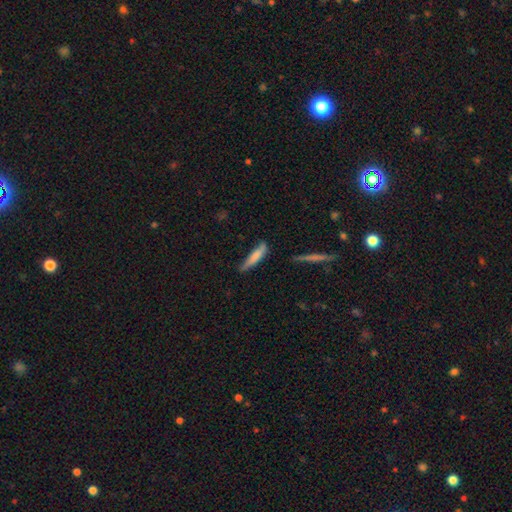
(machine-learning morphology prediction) type=smooth (75%); roundness=cigar-shaped (82%); merging=none (56%).